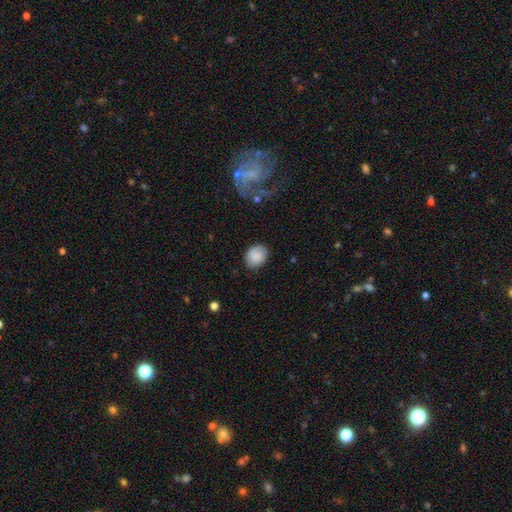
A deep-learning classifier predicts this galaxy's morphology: Smooth or featured: smooth — 86% (star or artifact — 7%)
How rounded: round — 53% (in between — 46%)
Merging: none — 78% (minor disturbance — 17%)